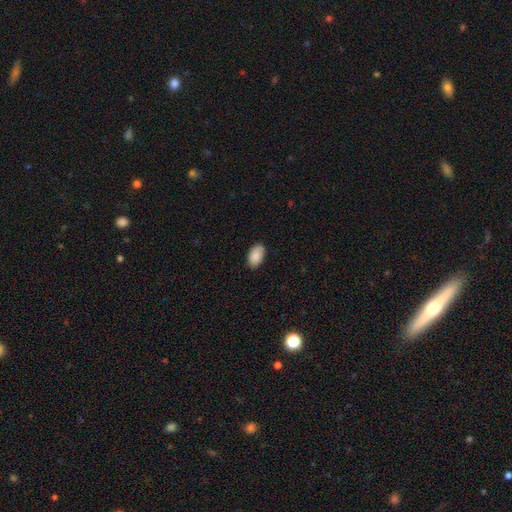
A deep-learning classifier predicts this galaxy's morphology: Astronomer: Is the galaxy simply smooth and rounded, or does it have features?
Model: smooth — 90%.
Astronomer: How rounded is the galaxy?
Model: in between — 94%.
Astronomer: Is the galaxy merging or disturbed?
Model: none — 87%.